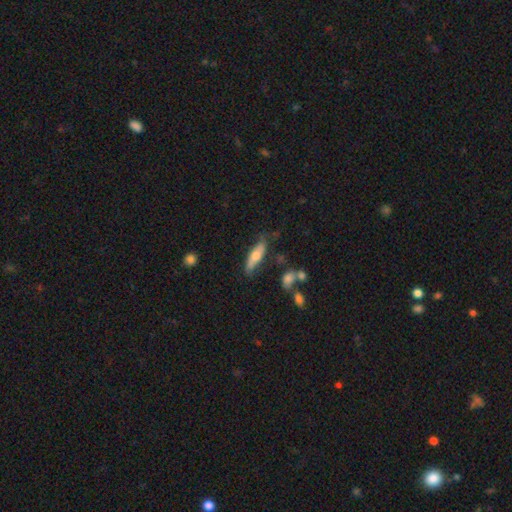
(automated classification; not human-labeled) A smooth galaxy with no disk features (59%) that is cigar-shaped (54%). Merging: none (65%).